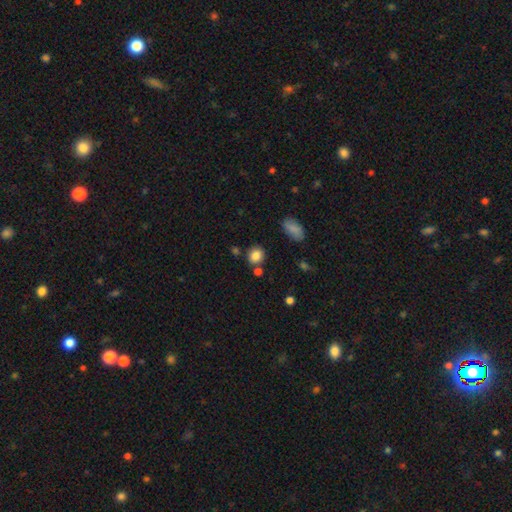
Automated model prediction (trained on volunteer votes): smooth 84%, star or artifact 10%, featured or disk 6%. Down the decision tree: how rounded — round (70%); merging — none (77%).